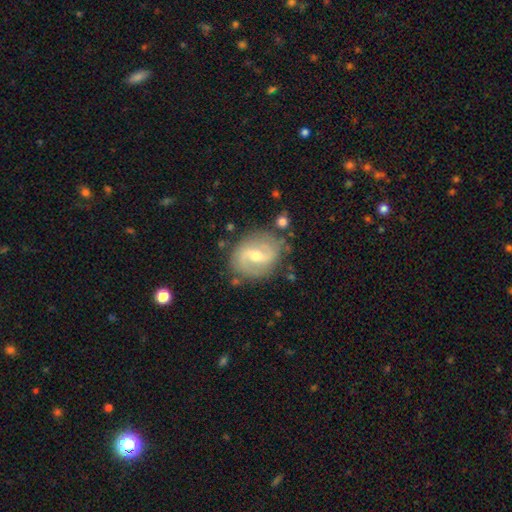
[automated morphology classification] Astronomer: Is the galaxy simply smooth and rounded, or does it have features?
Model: featured or disk — 79%.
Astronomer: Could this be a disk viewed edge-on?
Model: no — 97%.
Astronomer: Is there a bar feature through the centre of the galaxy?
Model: weak — 52% (runner-up: strong, 29%).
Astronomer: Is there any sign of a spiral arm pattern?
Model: yes — 90%.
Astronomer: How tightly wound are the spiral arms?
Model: medium — 46% (runner-up: loose, 30%).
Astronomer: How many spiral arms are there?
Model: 2 — 86%.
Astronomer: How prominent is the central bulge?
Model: moderate — 57% (runner-up: small, 39%).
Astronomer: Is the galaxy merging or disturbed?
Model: none — 77%.